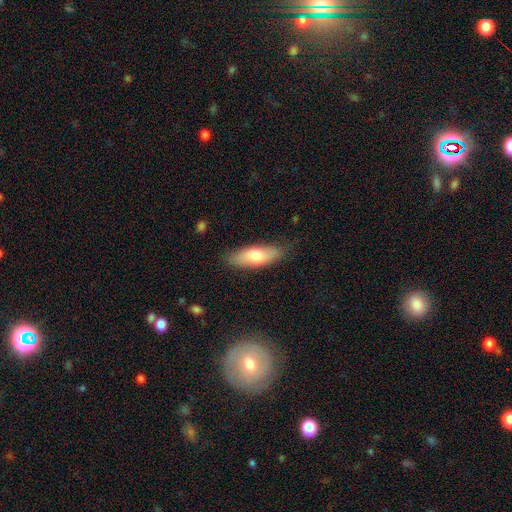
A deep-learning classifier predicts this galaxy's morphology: A smooth galaxy with no disk features (72%) that is in between round and cigar-shaped (67%). Merging: none (81%).